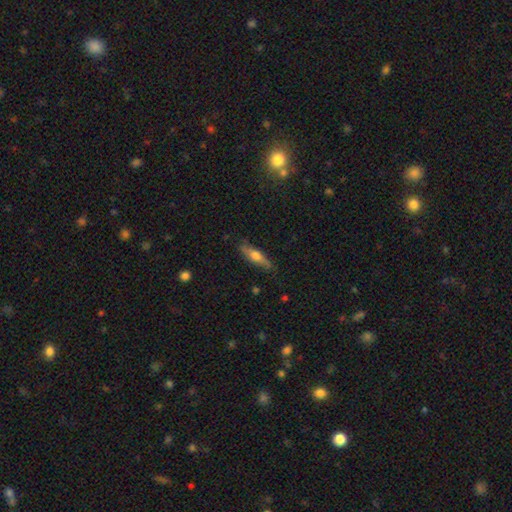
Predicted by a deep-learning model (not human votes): Smooth or featured? smooth (50%)
How rounded? cigar-shaped (71%)
Merging? none (82%)